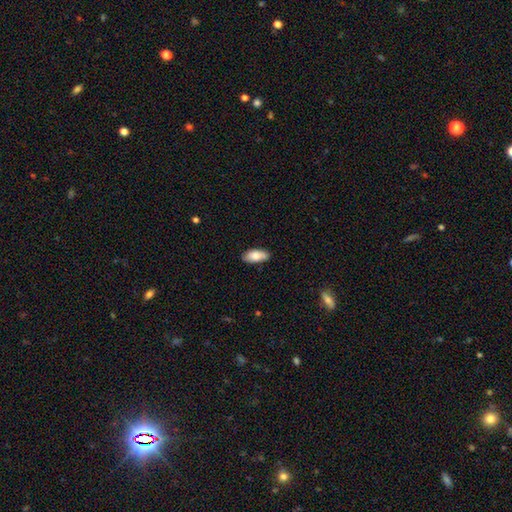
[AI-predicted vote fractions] Smooth or featured? Predicted: smooth (p=0.83). How rounded? Predicted: in between (p=0.88). Merging? Predicted: none (p=0.81).